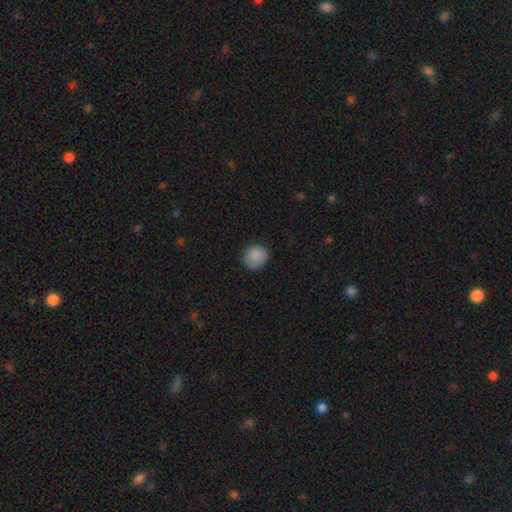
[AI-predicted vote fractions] Smooth or featured?
  - smooth: 88% *
  - star or artifact: 8%
  - featured or disk: 4%
How rounded?
  - round: 87% *
  - in between: 12%
  - cigar-shaped: 1%
Merging?
  - none: 83% *
  - minor disturbance: 13%
  - major disturbance: 3%
  - merger: 1%